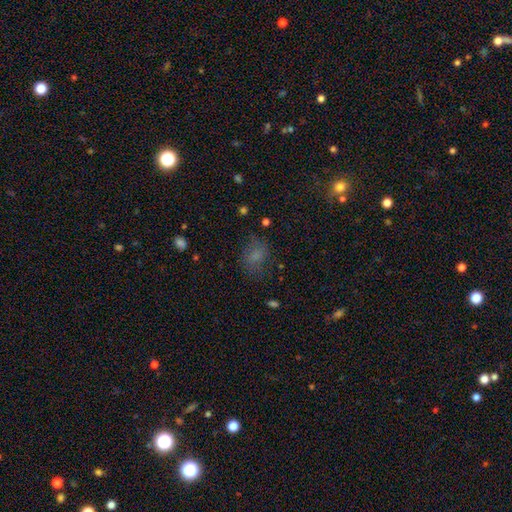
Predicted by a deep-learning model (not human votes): Morphology: type=smooth (66%); roundness=in between (60%); merging=none (66%).